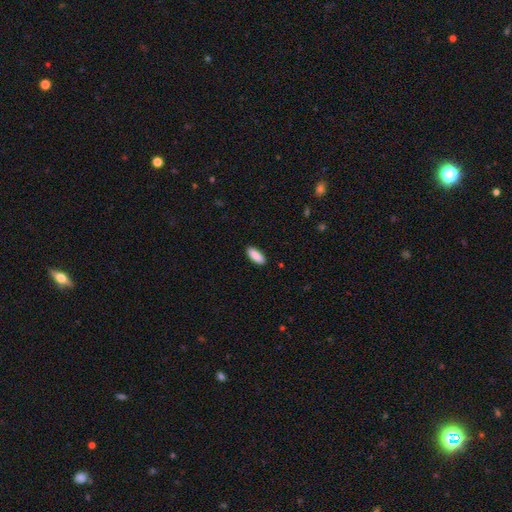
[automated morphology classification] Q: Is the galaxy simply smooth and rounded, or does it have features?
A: smooth — 90%.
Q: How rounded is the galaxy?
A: in between — 76%.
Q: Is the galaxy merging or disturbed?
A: none — 90%.